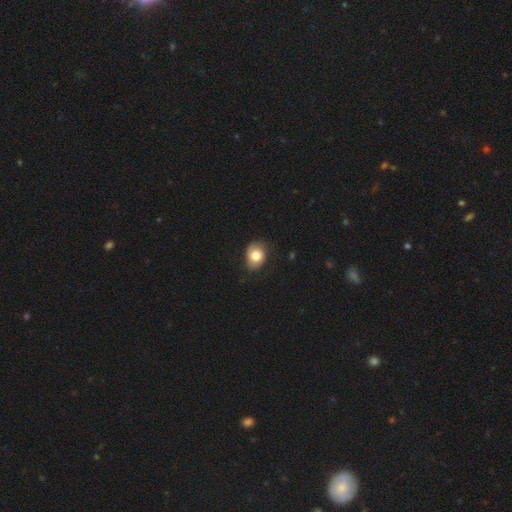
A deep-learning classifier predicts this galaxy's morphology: smooth-or-featured: smooth: 77% | featured or disk: 15% | star or artifact: 8%
  how-rounded: in between: 53% | round: 46% | cigar-shaped: 1%
  merging: none: 67% | minor disturbance: 26% | major disturbance: 6% | merger: 1%